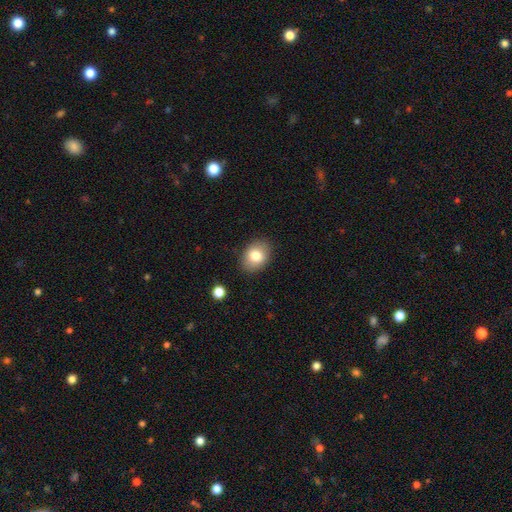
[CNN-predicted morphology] smooth-or-featured: smooth: 81% | featured or disk: 11% | star or artifact: 9%
  how-rounded: in between: 68% | round: 31% | cigar-shaped: 1%
  merging: none: 87% | minor disturbance: 9% | major disturbance: 2% | merger: 1%